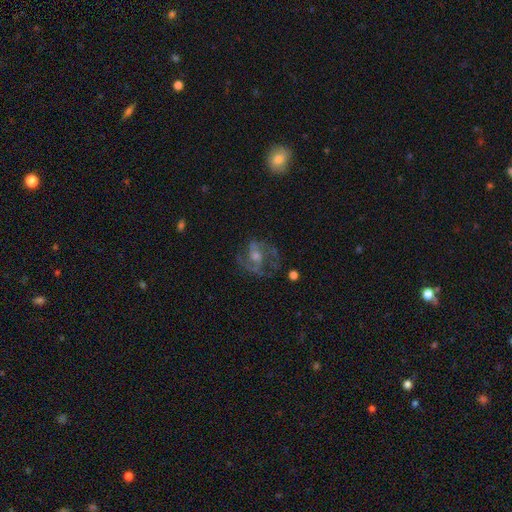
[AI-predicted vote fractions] Smooth or featured: featured or disk — 74% (smooth — 14%)
Edge-on disk: no — 97% (yes — 3%)
Bar: no — 48% (weak — 39%)
Spiral arms: yes — 84% (no — 16%)
Spiral winding: medium — 53% (loose — 25%)
Spiral arm count: 2 — 59% (can't tell — 18%)
Bulge size: moderate — 48% (small — 41%)
Merging: none — 63% (major disturbance — 18%)